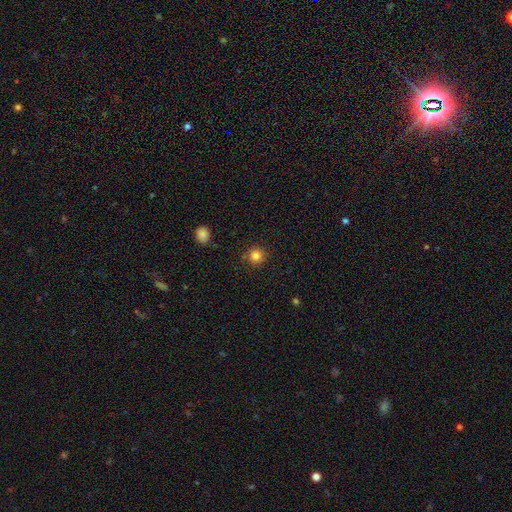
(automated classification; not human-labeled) Smooth or featured?
  - smooth: 83% *
  - star or artifact: 12%
  - featured or disk: 5%
How rounded?
  - round: 94% *
  - in between: 5%
  - cigar-shaped: 1%
Merging?
  - none: 87% *
  - minor disturbance: 8%
  - major disturbance: 3%
  - merger: 2%